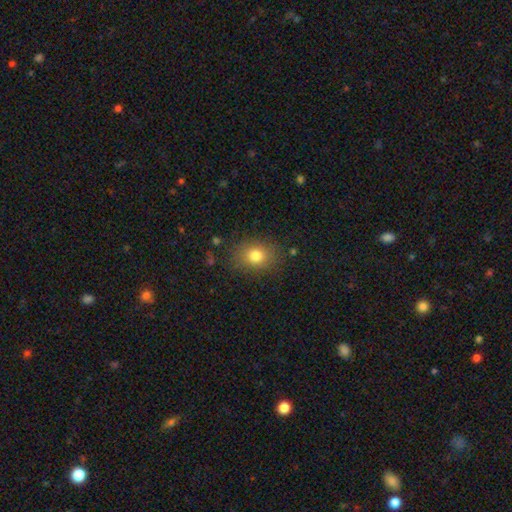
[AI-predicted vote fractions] Q: Smooth or featured?
A: smooth (79%); runner-up: star or artifact (11%)
Q: How rounded?
A: round (50%); runner-up: in between (48%)
Q: Merging?
A: none (81%); runner-up: minor disturbance (12%)